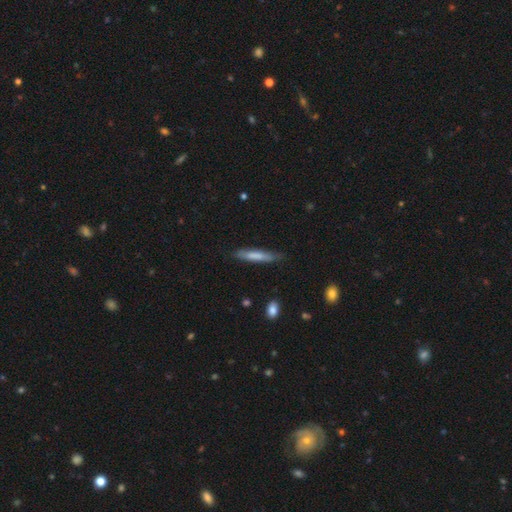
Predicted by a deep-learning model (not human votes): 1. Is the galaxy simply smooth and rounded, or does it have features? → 72% smooth, 23% featured or disk, 6% star or artifact.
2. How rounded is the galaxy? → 91% cigar-shaped, 8% in between, 1% round.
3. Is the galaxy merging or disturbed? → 79% none, 16% minor disturbance, 3% major disturbance, 2% merger.